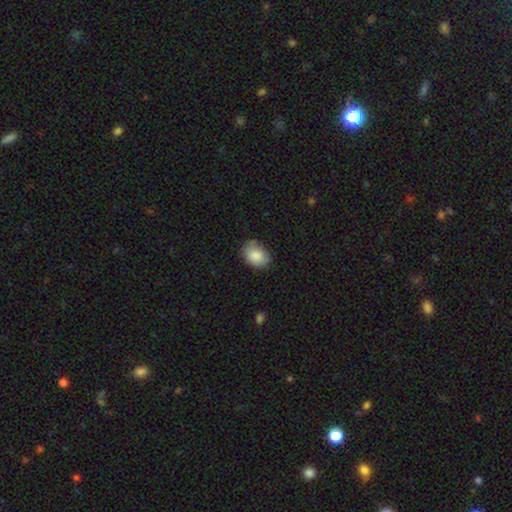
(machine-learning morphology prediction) This is clearly a smooth galaxy (86%). How rounded: likely in between (75%). Merging: likely none (74%).